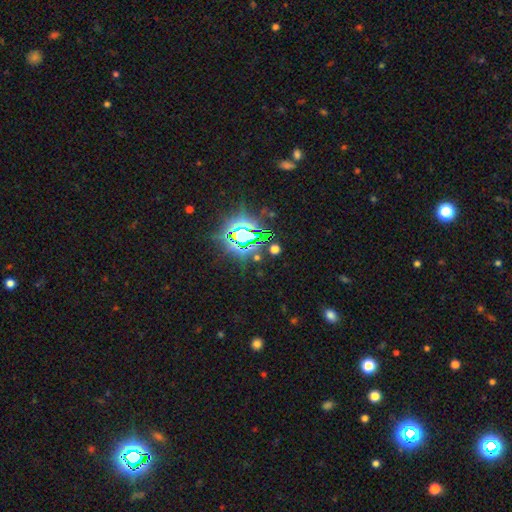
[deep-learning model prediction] Smooth or featured?
  - star or artifact: 82% *
  - smooth: 10%
  - featured or disk: 8%